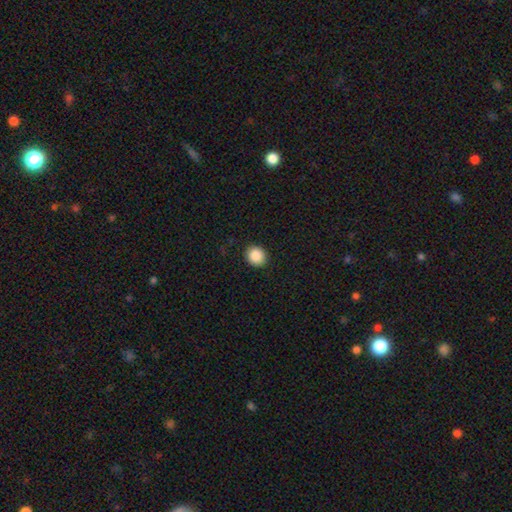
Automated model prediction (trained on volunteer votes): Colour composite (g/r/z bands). It shows a smooth galaxy with no disk features (88%) that is round (80%). Merging: none (91%).